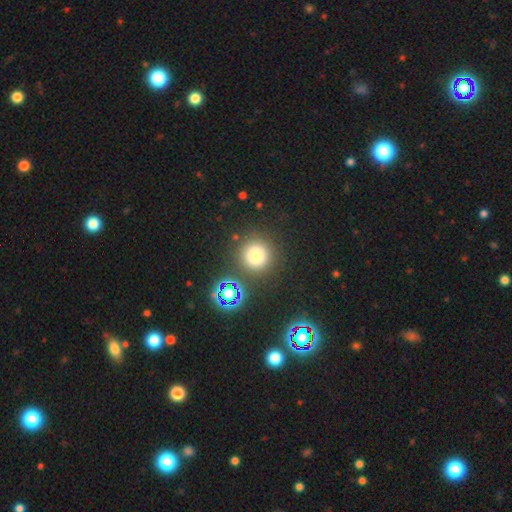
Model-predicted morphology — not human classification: Overall: smooth (73%). How rounded: round (95%). Merging: none (85%).